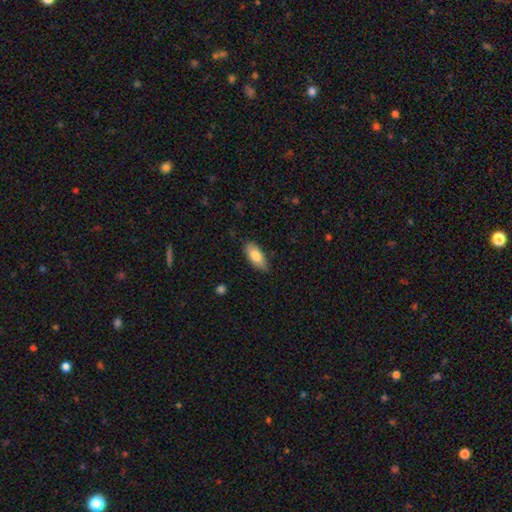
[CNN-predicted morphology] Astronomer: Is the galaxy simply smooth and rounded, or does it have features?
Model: smooth — 80%.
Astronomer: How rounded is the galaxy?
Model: in between — 85%.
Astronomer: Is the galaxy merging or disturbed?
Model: none — 79%.